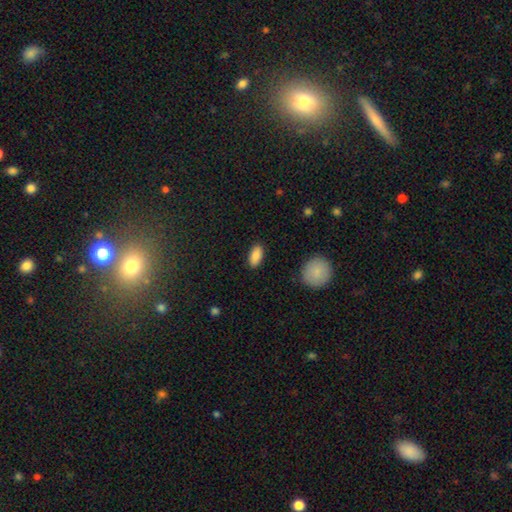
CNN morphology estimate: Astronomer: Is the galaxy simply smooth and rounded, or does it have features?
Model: smooth — 87%.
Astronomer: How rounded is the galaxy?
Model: in between — 89%.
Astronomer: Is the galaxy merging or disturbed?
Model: none — 89%.